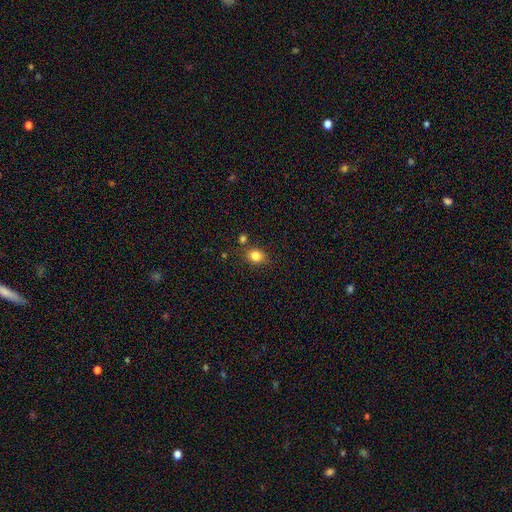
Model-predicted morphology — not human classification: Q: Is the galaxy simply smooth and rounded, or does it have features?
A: smooth — 82%.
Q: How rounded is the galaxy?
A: round — 53%.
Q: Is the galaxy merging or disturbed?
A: none — 76%.